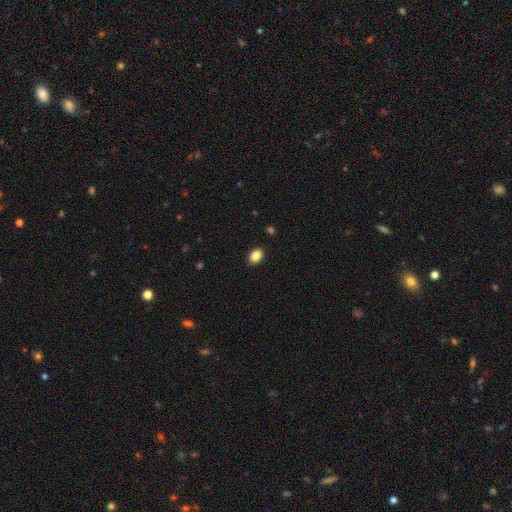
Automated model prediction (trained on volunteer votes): Morphology: type=smooth (88%); roundness=in between (86%); merging=none (89%).